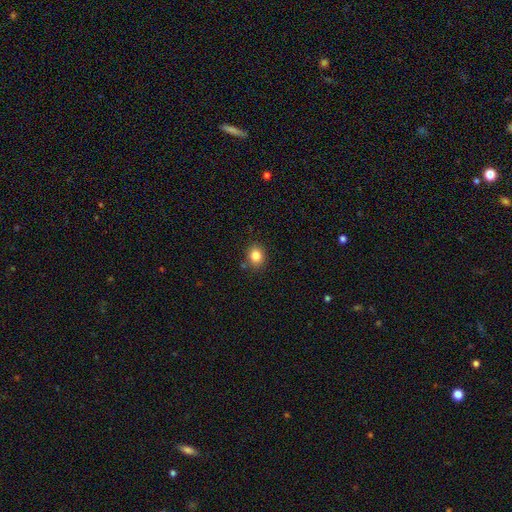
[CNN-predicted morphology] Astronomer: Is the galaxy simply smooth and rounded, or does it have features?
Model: smooth — 84%.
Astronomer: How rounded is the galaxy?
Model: round — 58% (runner-up: in between, 41%).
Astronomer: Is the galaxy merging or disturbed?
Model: none — 84%.